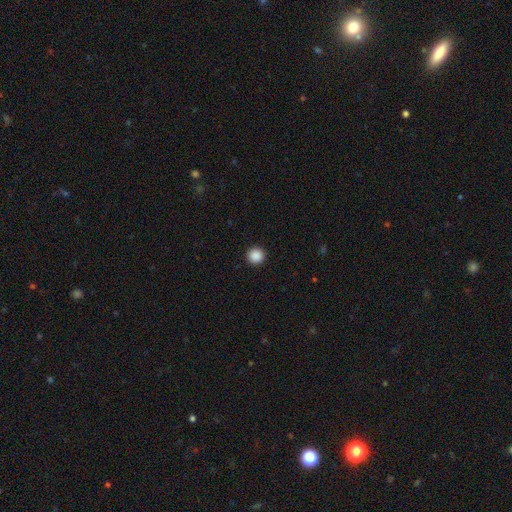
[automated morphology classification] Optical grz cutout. It shows a smooth galaxy with no disk features (89%) that is round (95%). Merging: none (93%).